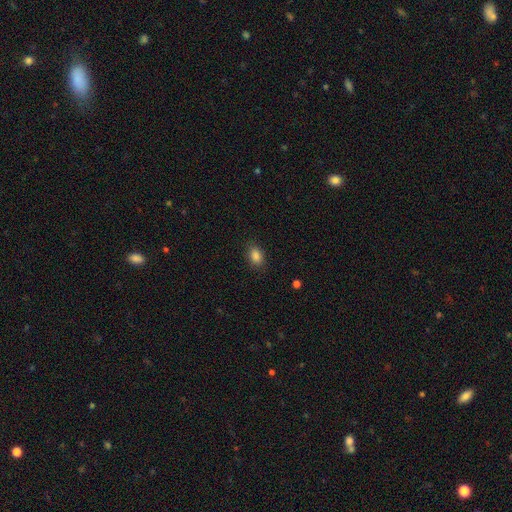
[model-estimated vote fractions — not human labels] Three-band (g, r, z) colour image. It shows a smooth galaxy with no disk features (86%) that is in between round and cigar-shaped (81%). Merging: none (86%).